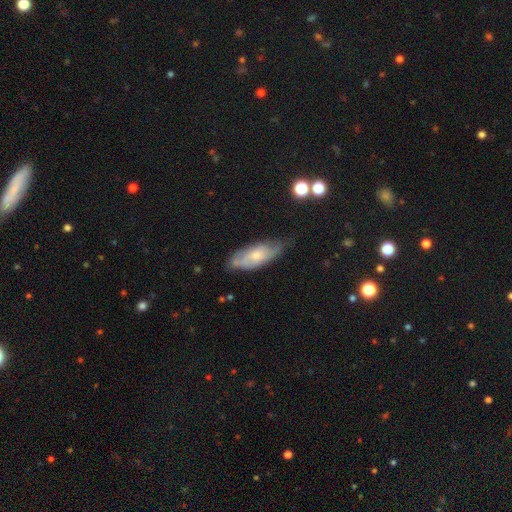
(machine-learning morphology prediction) featured or disk 54%, smooth 40%, star or artifact 6%. Down the decision tree: edge-on disk — no (83%); merging — none (59%).